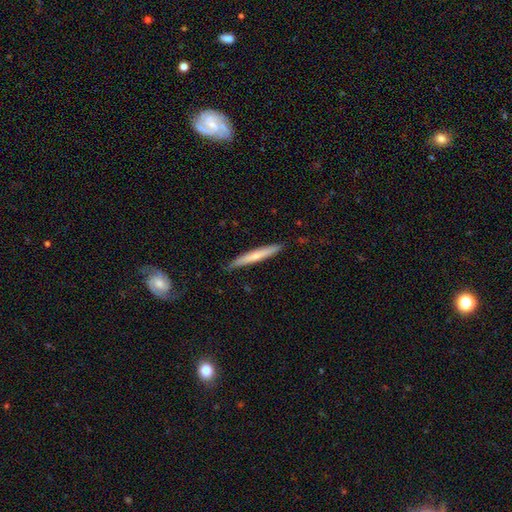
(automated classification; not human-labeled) smooth-or-featured: smooth: 58% | featured or disk: 36% | star or artifact: 5%
  how-rounded: cigar-shaped: 95% | in between: 3% | round: 1%
  merging: none: 86% | minor disturbance: 11% | major disturbance: 2% | merger: 1%